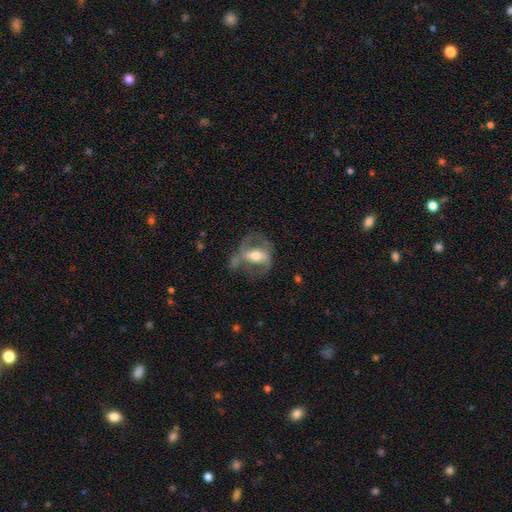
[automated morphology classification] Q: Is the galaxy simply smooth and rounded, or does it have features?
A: featured or disk — 74%.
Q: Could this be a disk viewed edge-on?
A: no — 91%.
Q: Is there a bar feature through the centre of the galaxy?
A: strong — 48%.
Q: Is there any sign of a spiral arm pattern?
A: yes — 69%.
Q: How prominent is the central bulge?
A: moderate — 68%.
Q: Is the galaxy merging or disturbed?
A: none — 45%.